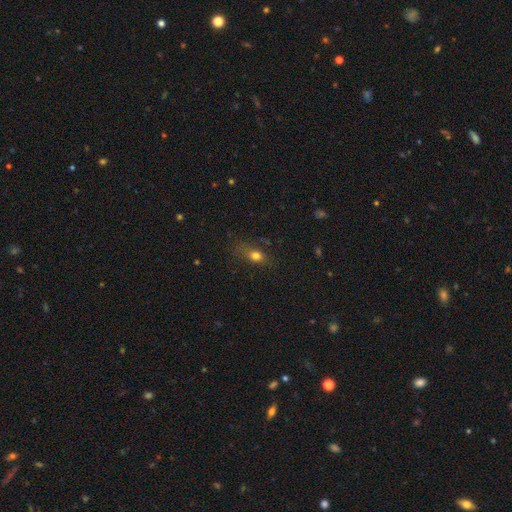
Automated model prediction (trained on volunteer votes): Smooth or featured: smooth — 75% (star or artifact — 13%)
How rounded: in between — 68% (round — 25%)
Merging: none — 63% (minor disturbance — 23%)